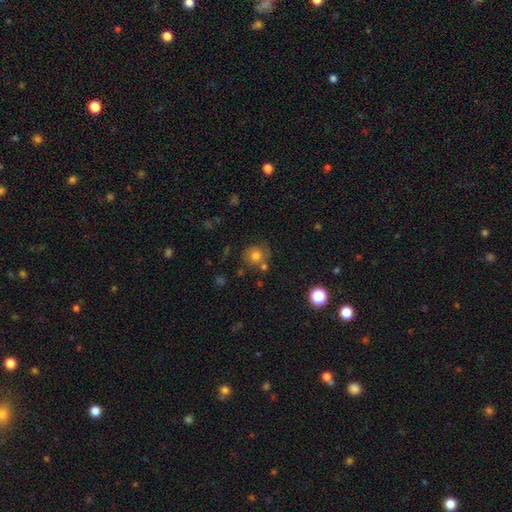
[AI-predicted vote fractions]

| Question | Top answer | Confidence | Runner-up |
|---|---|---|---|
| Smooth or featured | smooth | 75% | star or artifact (13%) |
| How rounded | round | 88% | in between (11%) |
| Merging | none | 69% | merger (14%) |